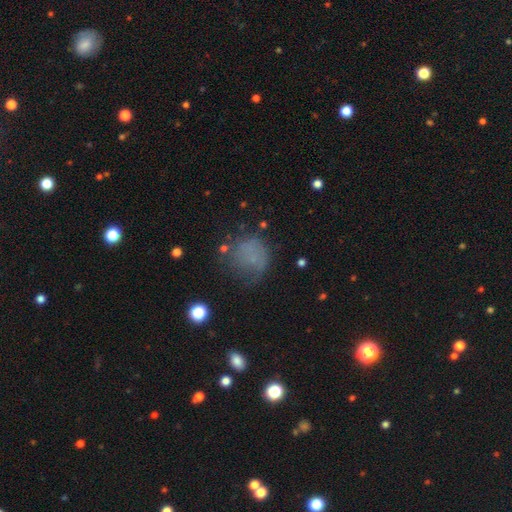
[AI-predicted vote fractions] smooth_or_featured: smooth (p=0.63) [alt: featured or disk p=0.20]
how_rounded: round (p=0.79) [alt: in between p=0.20]
merging: none (p=0.47) [alt: minor disturbance p=0.26]